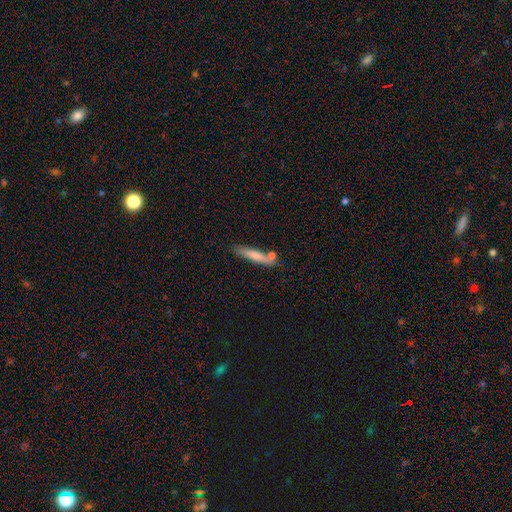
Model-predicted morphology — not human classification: smooth_or_featured: smooth (p=0.70) [alt: featured or disk p=0.23]
how_rounded: cigar-shaped (p=0.88) [alt: in between p=0.10]
merging: none (p=0.68) [alt: minor disturbance p=0.15]